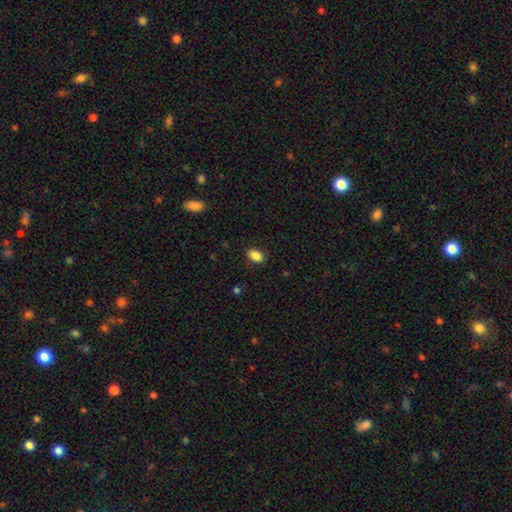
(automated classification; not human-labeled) Smooth or featured? smooth (88%)
How rounded? in between (87%)
Merging? none (88%)